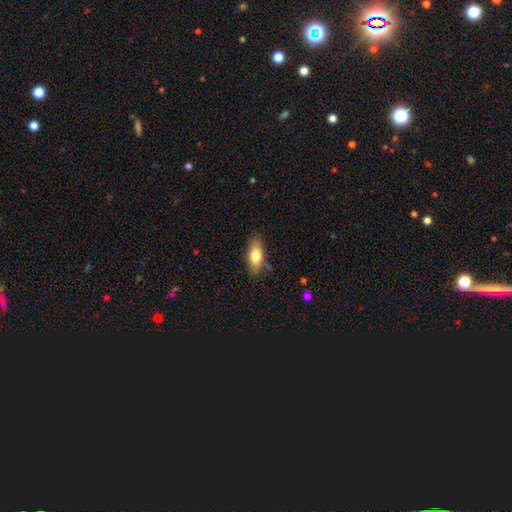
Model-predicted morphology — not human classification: smooth-or-featured: smooth: 77% | featured or disk: 17% | star or artifact: 7%
  how-rounded: in between: 80% | cigar-shaped: 16% | round: 3%
  merging: none: 80% | minor disturbance: 15% | major disturbance: 3% | merger: 2%